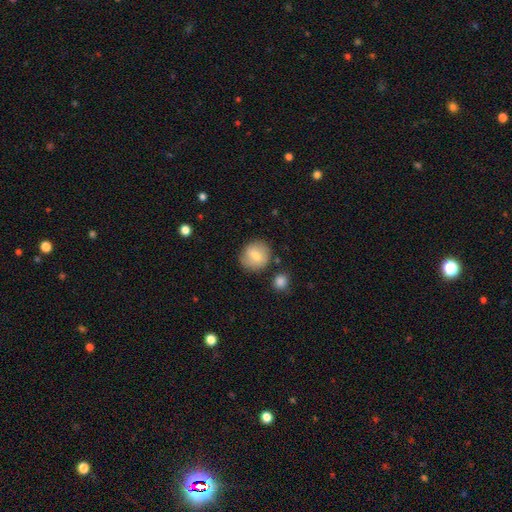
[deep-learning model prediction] Overall: smooth (73%). How rounded: round (86%). Merging: none (79%).